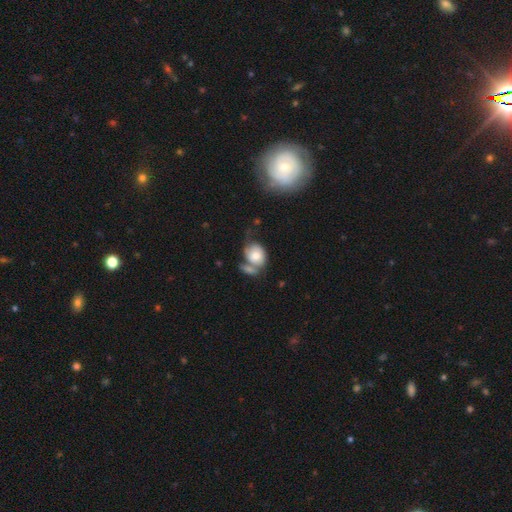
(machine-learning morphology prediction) Smooth or featured? smooth (60%)
How rounded? in between (52%)
Merging? merger (40%)